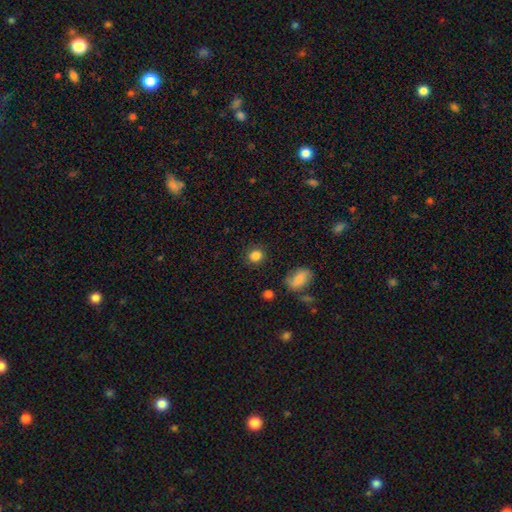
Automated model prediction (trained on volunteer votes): This appears to be a smooth galaxy with no disk features (84%) that is round (79%). Merging: none (85%).